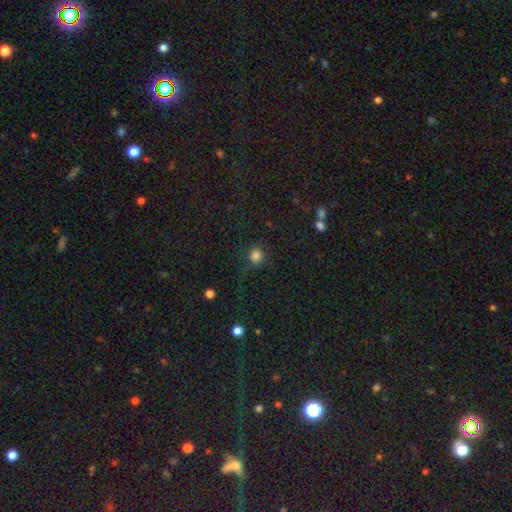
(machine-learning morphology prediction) Smooth or featured? smooth (82%)
How rounded? round (91%)
Merging? none (77%)